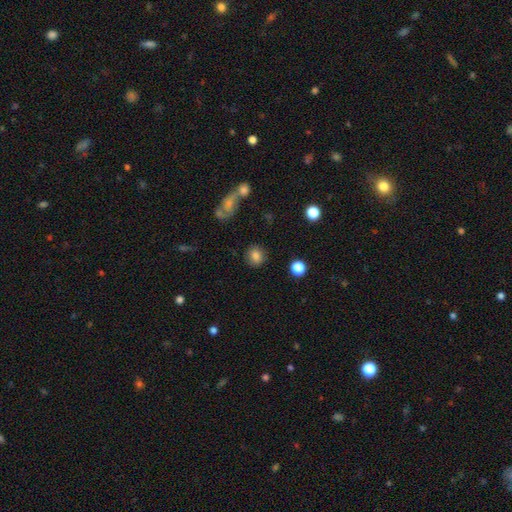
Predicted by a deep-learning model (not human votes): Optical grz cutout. It shows a smooth galaxy with no disk features (81%) that is round (82%). Merging: none (87%).